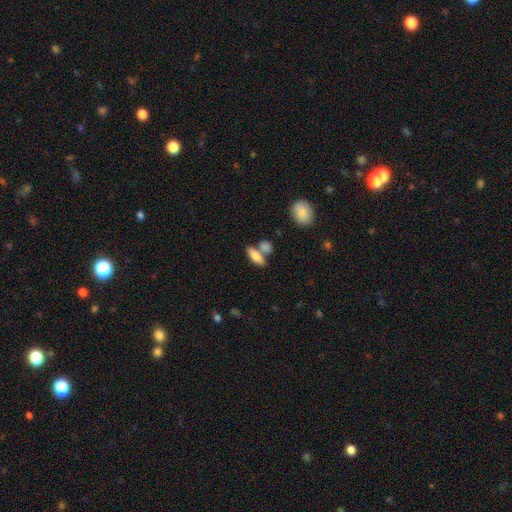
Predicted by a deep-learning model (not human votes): Morphology: type=smooth (75%); roundness=in between (65%); merging=none (53%).